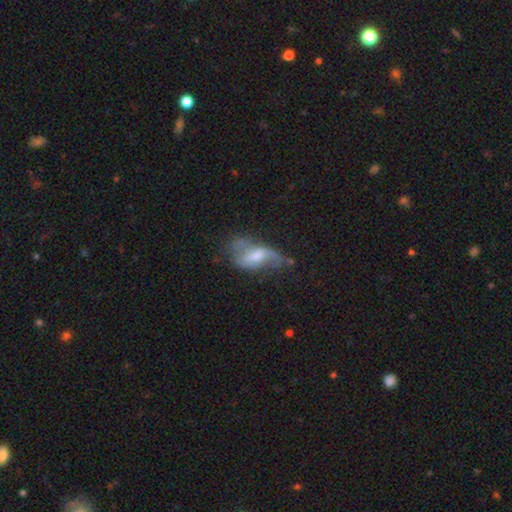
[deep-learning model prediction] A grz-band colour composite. It shows a featured or disk galaxy (58%) with a weak bar (47%), spiral arms (67%) and a moderate central bulge (42%). Merging: major disturbance (33%, tied with none).